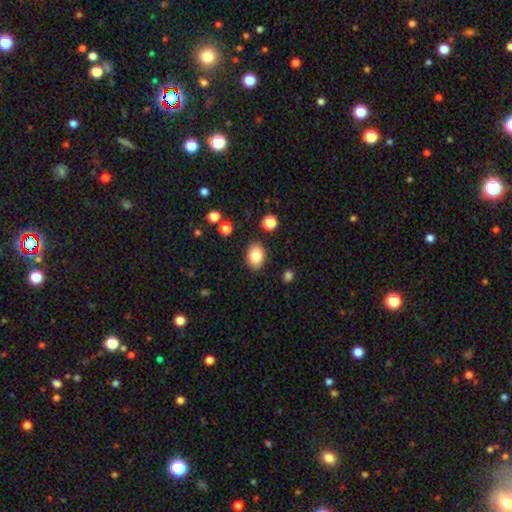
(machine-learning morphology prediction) Smooth or featured: smooth — 84% (star or artifact — 8%)
How rounded: in between — 77% (round — 22%)
Merging: none — 86% (minor disturbance — 9%)